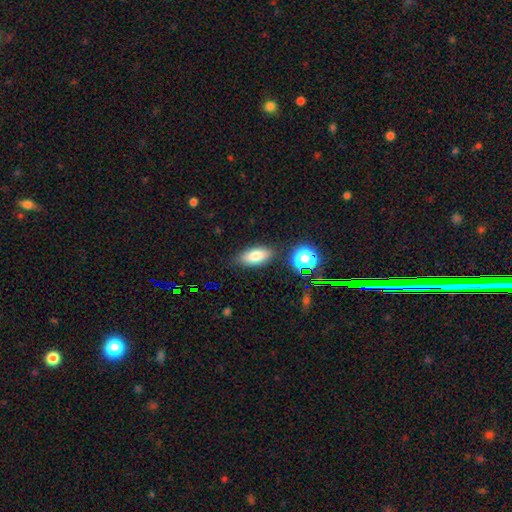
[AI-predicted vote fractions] Smooth or featured?
  - smooth: 80% *
  - featured or disk: 10%
  - star or artifact: 10%
How rounded?
  - in between: 86% *
  - cigar-shaped: 9%
  - round: 5%
Merging?
  - none: 81% *
  - minor disturbance: 12%
  - merger: 4%
  - major disturbance: 3%